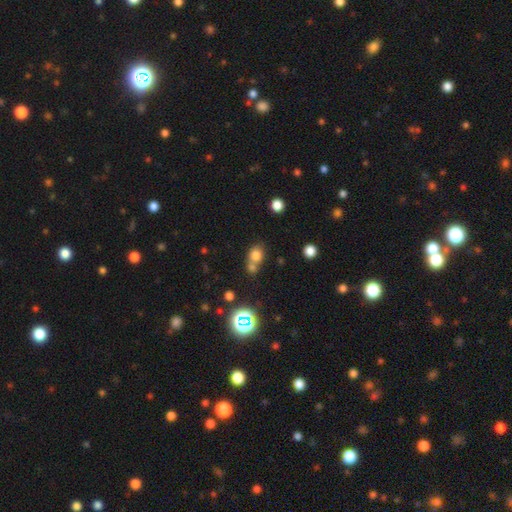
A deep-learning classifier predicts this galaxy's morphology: Overall: smooth (75%). How rounded: round (65%; in between 34%). Merging: merger (44%; none 43%).